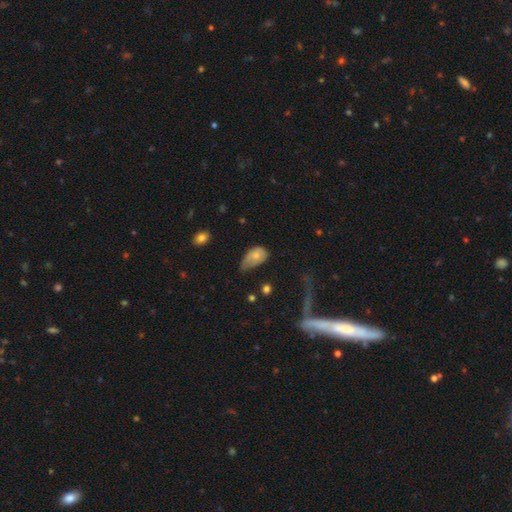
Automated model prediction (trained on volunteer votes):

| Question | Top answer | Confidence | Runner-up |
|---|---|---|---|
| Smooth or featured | smooth | 68% | featured or disk (24%) |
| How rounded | in between | 88% | round (10%) |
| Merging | minor disturbance | 46% | major disturbance (30%) |